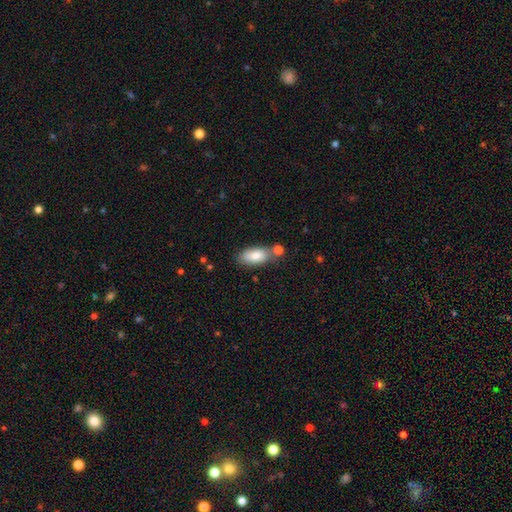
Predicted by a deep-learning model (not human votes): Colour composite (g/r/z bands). It shows a smooth galaxy with no disk features (80%) that is in between round and cigar-shaped (86%). Merging: none (62%).